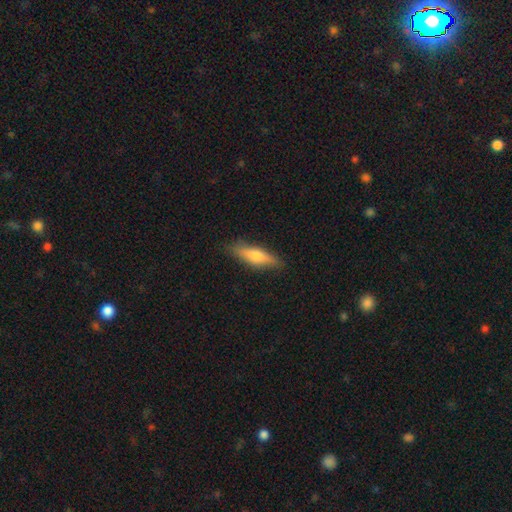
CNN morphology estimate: A smooth galaxy with no disk features (57%) that is cigar-shaped (70%). Merging: none (86%).